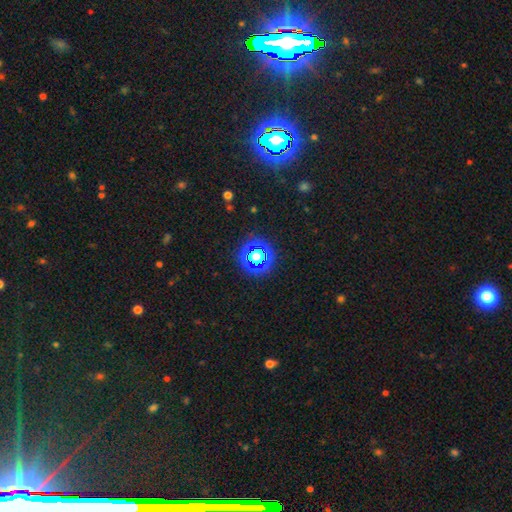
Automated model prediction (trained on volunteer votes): A star or artifact, not a galaxy (62%).